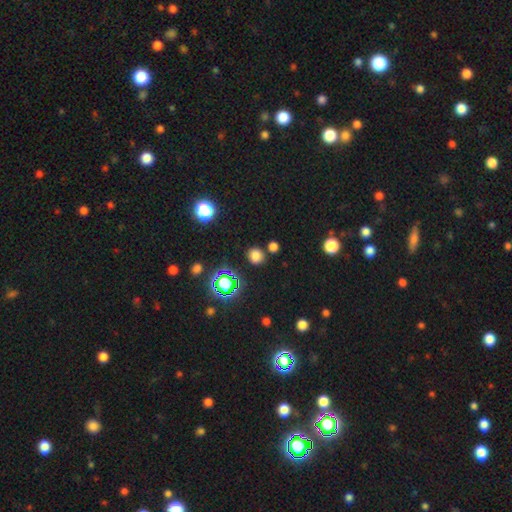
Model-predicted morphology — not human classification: smooth 72%, star or artifact 23%, featured or disk 5%. Down the decision tree: how rounded — round (81%); merging — none (81%).